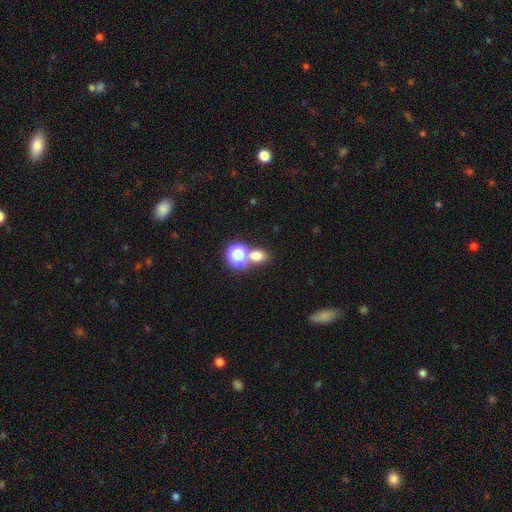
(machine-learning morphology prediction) Q: Smooth or featured?
A: smooth (71%); runner-up: star or artifact (22%)
Q: How rounded?
A: round (54%); runner-up: in between (45%)
Q: Merging?
A: none (60%); runner-up: merger (28%)